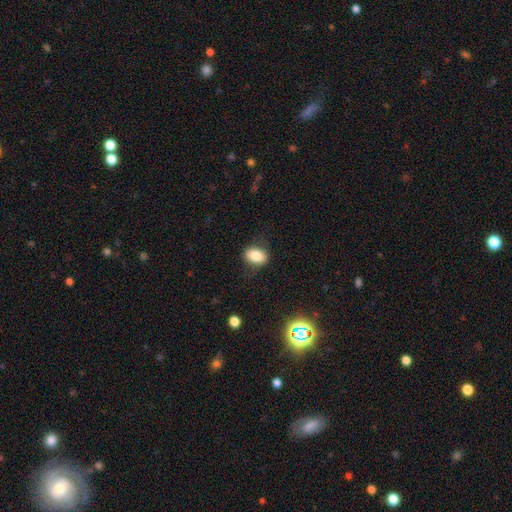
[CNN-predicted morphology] Smooth or featured: smooth — 82% (star or artifact — 9%)
How rounded: in between — 73% (round — 26%)
Merging: none — 79% (minor disturbance — 15%)